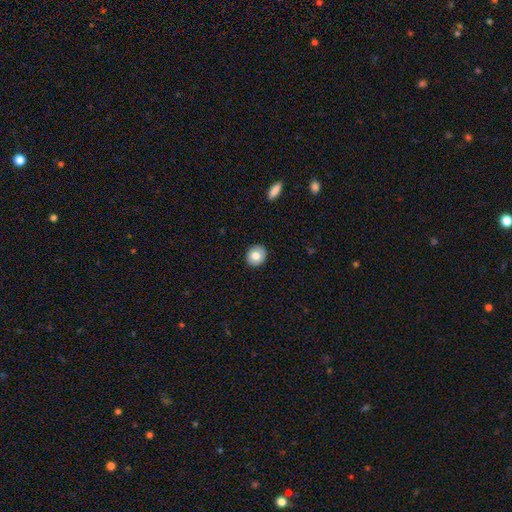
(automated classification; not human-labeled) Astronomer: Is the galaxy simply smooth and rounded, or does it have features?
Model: smooth — 78%.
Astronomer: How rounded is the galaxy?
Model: round — 77%.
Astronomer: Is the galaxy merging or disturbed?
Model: none — 90%.